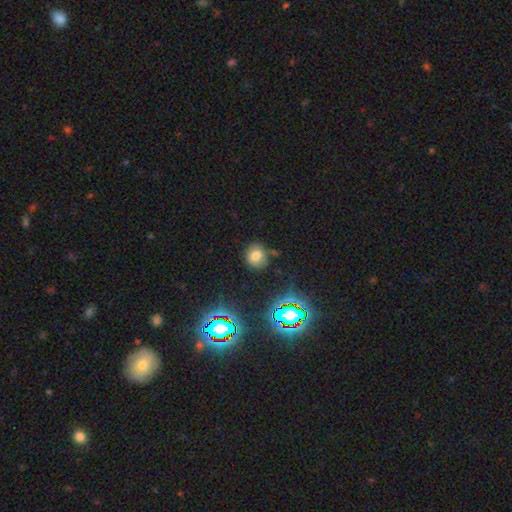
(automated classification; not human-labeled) Q: Smooth or featured?
A: smooth (70%); runner-up: star or artifact (20%)
Q: How rounded?
A: round (76%); runner-up: in between (22%)
Q: Merging?
A: none (77%); runner-up: minor disturbance (14%)